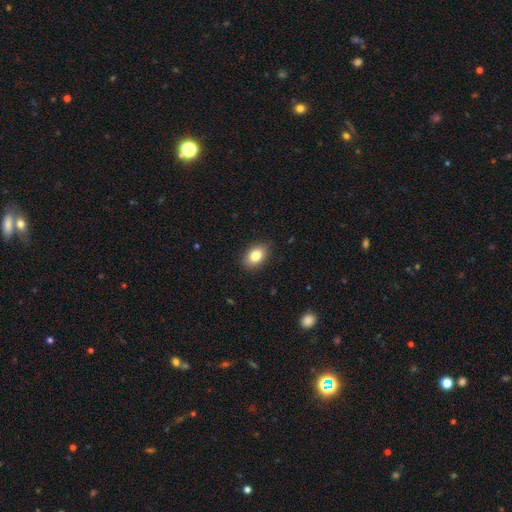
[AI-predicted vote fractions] This appears to be a smooth galaxy with no disk features (82%) that is in between round and cigar-shaped (83%). Merging: none (86%).